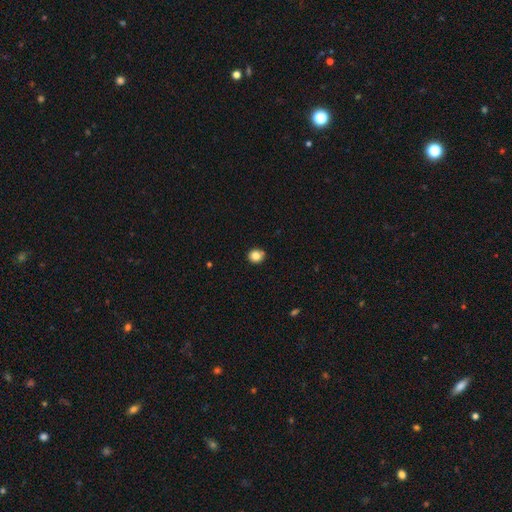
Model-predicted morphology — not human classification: A smooth galaxy with no disk features (83%) that is round (88%).

Vote fractions:
- Smooth or featured? smooth: 83% / star or artifact: 11% / featured or disk: 6%
- How rounded? round: 88% / in between: 11% / cigar-shaped: 1%
- Merging? none: 84% / minor disturbance: 11% / merger: 4% / major disturbance: 2%